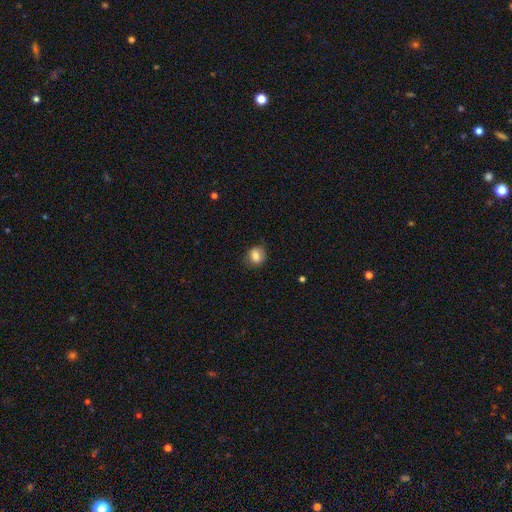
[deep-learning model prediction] This appears to be a smooth galaxy with no disk features (80%) that is round (60%). Merging: none (77%).